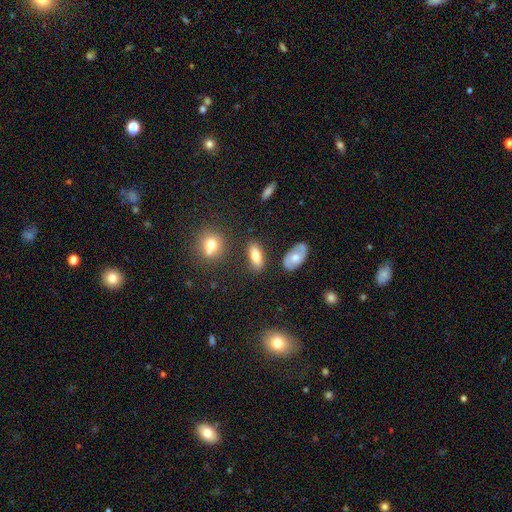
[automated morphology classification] smooth_or_featured: smooth (p=0.74) [alt: featured or disk p=0.17]
how_rounded: in between (p=0.83) [alt: cigar-shaped p=0.12]
merging: none (p=0.80) [alt: minor disturbance p=0.12]